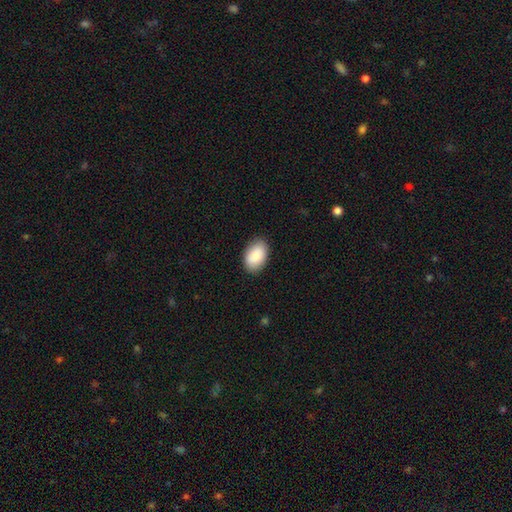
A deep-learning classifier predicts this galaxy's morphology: Smooth or featured?
  - smooth: 86% *
  - featured or disk: 8%
  - star or artifact: 6%
How rounded?
  - in between: 90% *
  - round: 9%
  - cigar-shaped: 1%
Merging?
  - none: 88% *
  - minor disturbance: 9%
  - major disturbance: 2%
  - merger: 1%